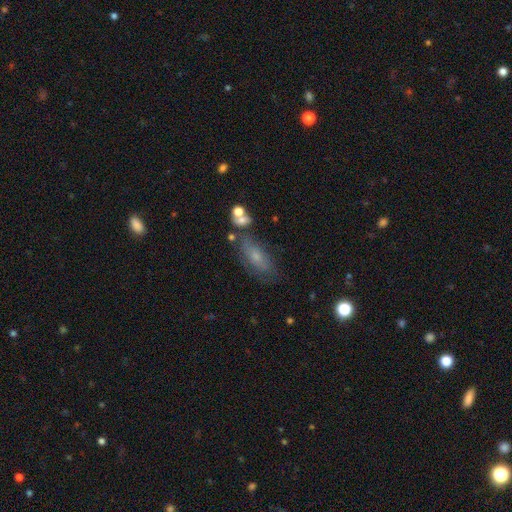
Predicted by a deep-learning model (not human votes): Smooth or featured?
  - smooth: 48% *
  - star or artifact: 27%
  - featured or disk: 25%
Merging?
  - none: 66% *
  - merger: 14%
  - minor disturbance: 13%
  - major disturbance: 6%